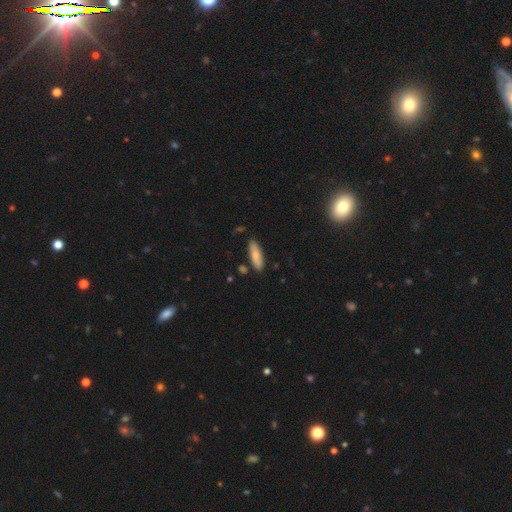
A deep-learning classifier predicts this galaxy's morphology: Smooth or featured: smooth — 76% (featured or disk — 17%)
How rounded: cigar-shaped — 51% (in between — 47%)
Merging: none — 84% (minor disturbance — 11%)